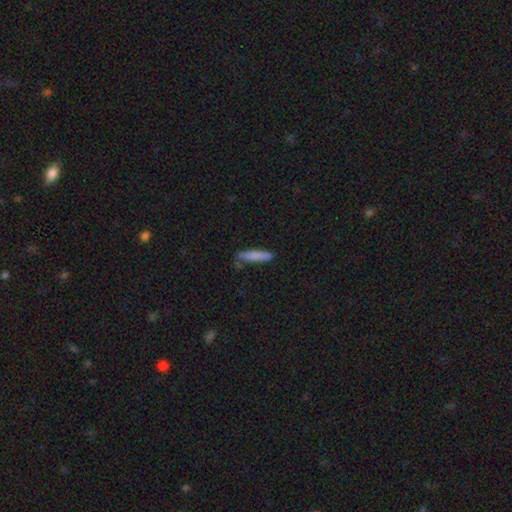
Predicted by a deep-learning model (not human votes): Morphology: type=smooth (82%); roundness=cigar-shaped (87%); merging=none (75%).